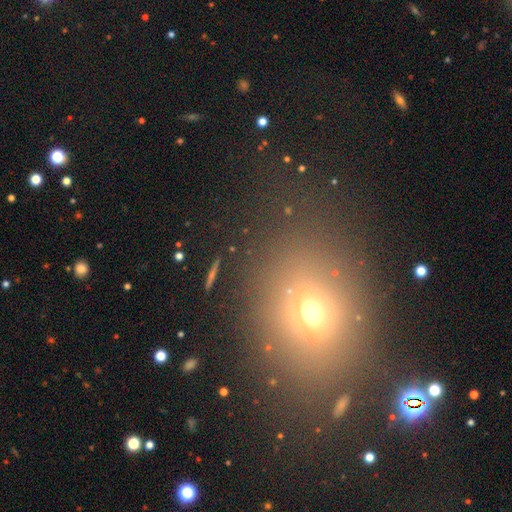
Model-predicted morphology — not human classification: Smooth or featured? Predicted: smooth (p=0.54). How rounded? Predicted: round (p=0.49, tied with in between). Merging? Predicted: none (p=0.80).